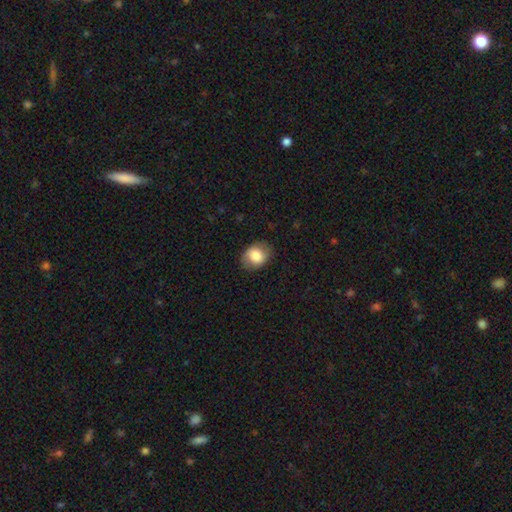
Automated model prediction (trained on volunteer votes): smooth-or-featured: smooth: 79% | featured or disk: 14% | star or artifact: 8%
  how-rounded: in between: 58% | round: 41% | cigar-shaped: 1%
  merging: none: 82% | minor disturbance: 13% | major disturbance: 4% | merger: 1%